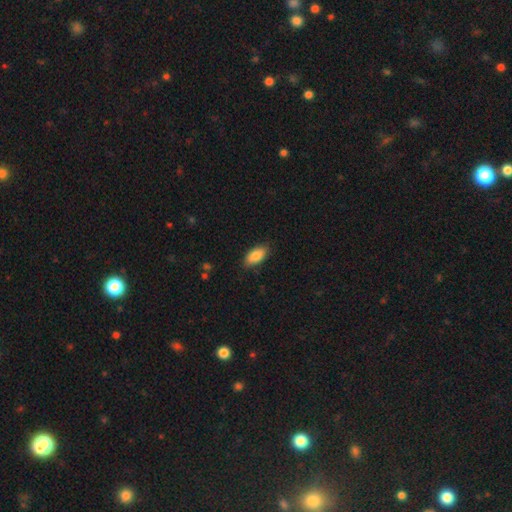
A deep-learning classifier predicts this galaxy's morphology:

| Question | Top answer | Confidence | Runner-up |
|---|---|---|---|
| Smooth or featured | smooth | 86% | featured or disk (8%) |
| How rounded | in between | 91% | cigar-shaped (6%) |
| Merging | none | 85% | minor disturbance (12%) |